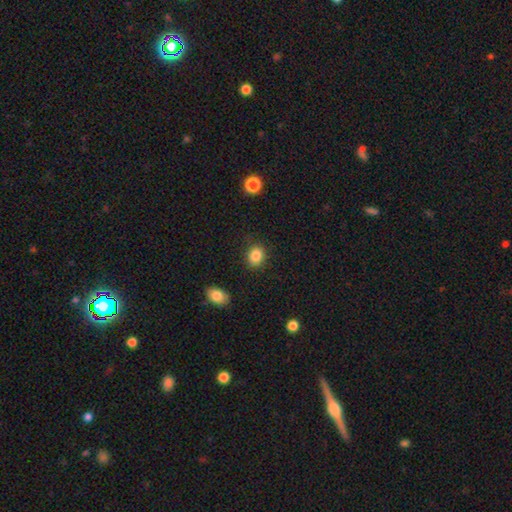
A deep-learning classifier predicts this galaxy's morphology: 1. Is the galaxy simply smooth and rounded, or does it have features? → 86% smooth, 10% star or artifact, 5% featured or disk.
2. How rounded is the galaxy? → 56% round, 43% in between, 1% cigar-shaped.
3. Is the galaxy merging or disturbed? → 86% none, 9% minor disturbance, 3% major disturbance, 2% merger.